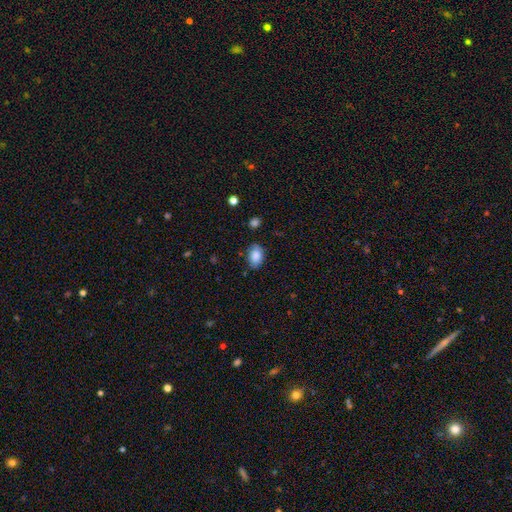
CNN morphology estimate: A smooth galaxy with no disk features (86%) that is in between round and cigar-shaped (88%). Merging: none (79%).